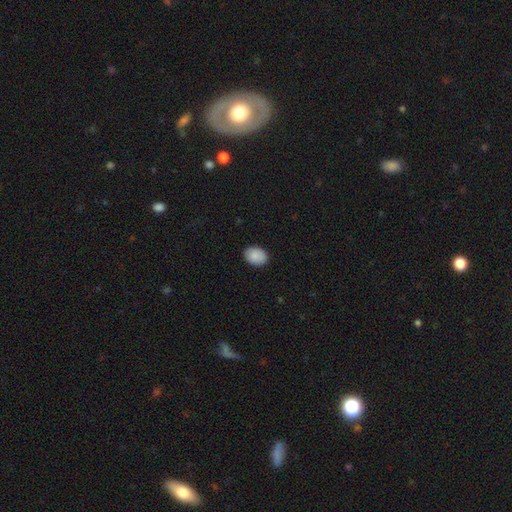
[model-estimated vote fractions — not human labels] This appears to be a smooth galaxy with no disk features (89%) that is in between round and cigar-shaped (68%). Merging: none (89%).